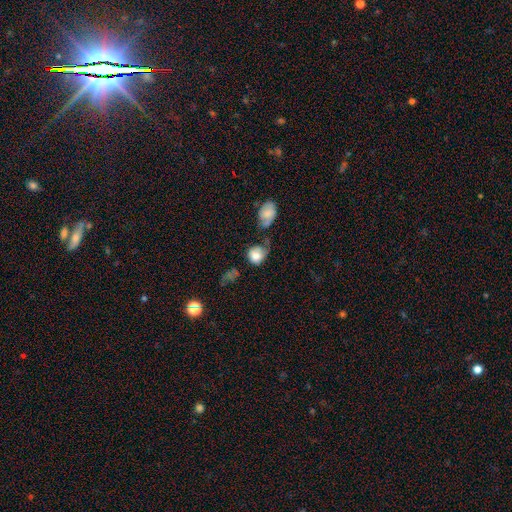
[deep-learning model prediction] Q: Smooth or featured?
A: smooth (75%); runner-up: featured or disk (16%)
Q: How rounded?
A: round (70%); runner-up: in between (29%)
Q: Merging?
A: none (36%); runner-up: minor disturbance (28%)